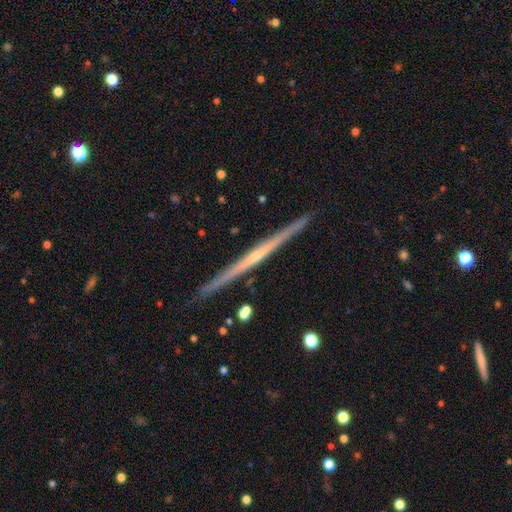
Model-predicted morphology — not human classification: Smooth or featured? featured or disk (78%)
Edge-on disk? yes (98%)
Edge-on bulge? none (57%)
Merging? none (92%)